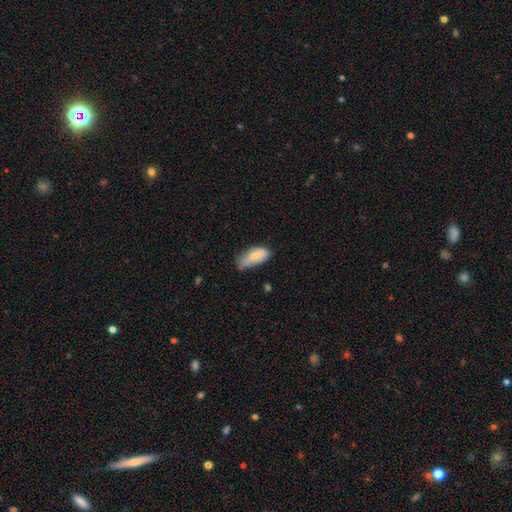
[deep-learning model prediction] Smooth or featured?
  - smooth: 77% *
  - featured or disk: 16%
  - star or artifact: 7%
How rounded?
  - in between: 88% *
  - cigar-shaped: 10%
  - round: 2%
Merging?
  - minor disturbance: 42% * (tied)
  - none: 42% * (tied)
  - major disturbance: 12%
  - merger: 4%